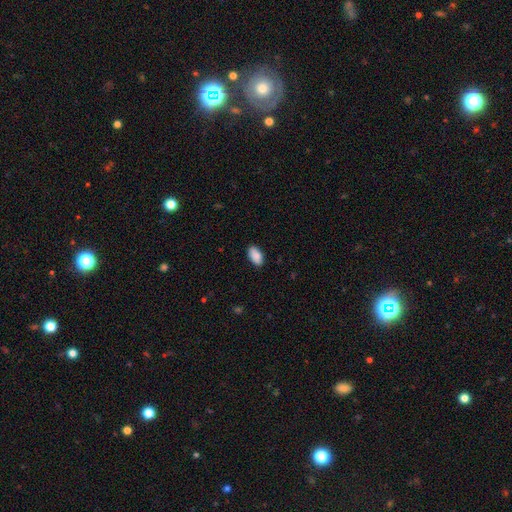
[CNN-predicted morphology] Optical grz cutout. It shows a smooth galaxy with no disk features (88%) that is in between round and cigar-shaped (94%). Merging: none (86%).